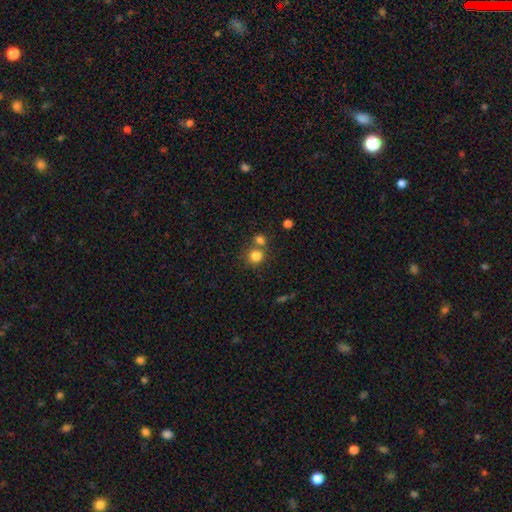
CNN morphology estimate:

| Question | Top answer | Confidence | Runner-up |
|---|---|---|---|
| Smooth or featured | smooth | 81% | star or artifact (12%) |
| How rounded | round | 84% | in between (15%) |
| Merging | none | 55% | merger (33%) |